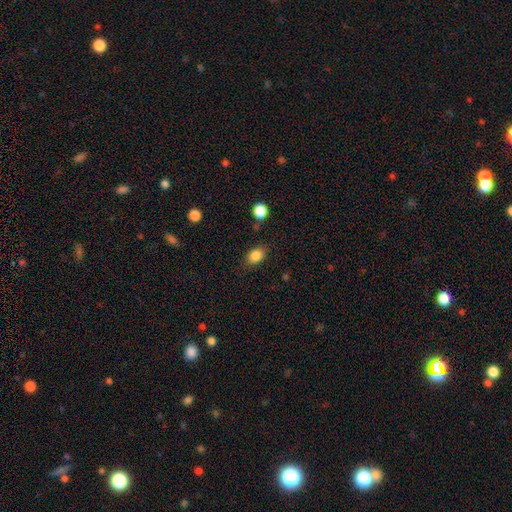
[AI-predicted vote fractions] smooth 85%, star or artifact 9%, featured or disk 6%. Down the decision tree: how rounded — in between (73%); merging — none (79%).